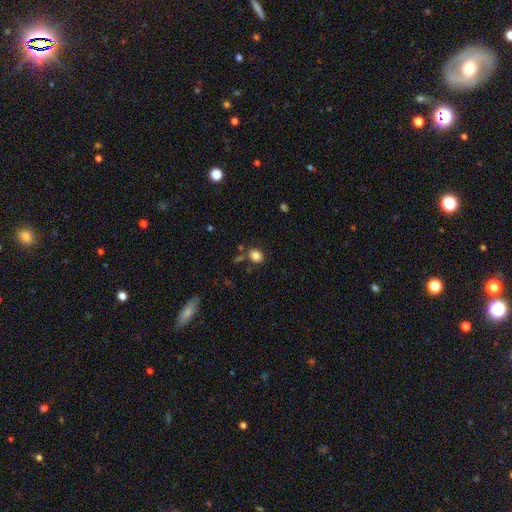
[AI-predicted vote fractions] Smooth or featured: smooth — 84% (star or artifact — 11%)
How rounded: round — 51% (in between — 48%)
Merging: none — 74% (minor disturbance — 12%)